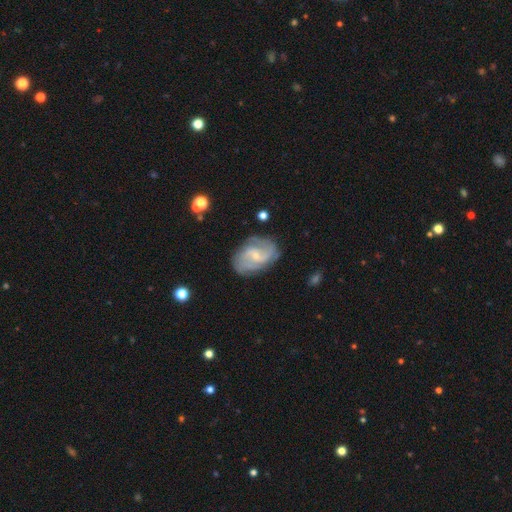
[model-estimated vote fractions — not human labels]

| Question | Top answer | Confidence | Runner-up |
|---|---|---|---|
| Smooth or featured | featured or disk | 85% | smooth (10%) |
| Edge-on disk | no | 97% | yes (3%) |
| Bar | weak | 48% | no (42%) |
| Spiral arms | yes | 96% | no (4%) |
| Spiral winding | medium | 48% | tight (34%) |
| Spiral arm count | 2 | 47% | 3 (19%) |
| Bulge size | small | 73% | moderate (22%) |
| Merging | none | 74% | minor disturbance (18%) |